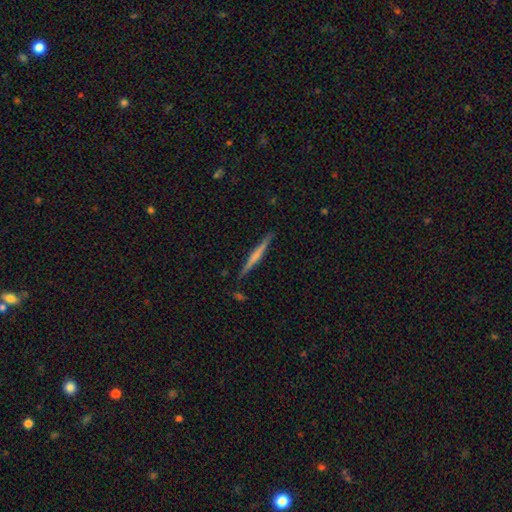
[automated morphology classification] A featured or disk galaxy (56%) viewed edge-on (98%) with no central bulge (56%).

Vote fractions:
- Smooth or featured? featured or disk: 56% / smooth: 38% / star or artifact: 6%
- Edge-on disk? yes: 98% / no: 2%
- Edge-on bulge? none: 56% / rounded: 28% / boxy: 17%
- Merging? none: 89% / minor disturbance: 8% / major disturbance: 2% / merger: 1%